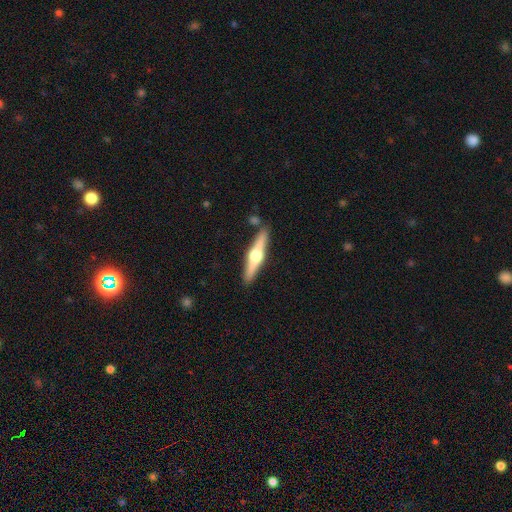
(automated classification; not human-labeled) Overall: featured or disk (71%). Edge-on disk: yes (97%). Edge-on bulge: rounded (95%). Merging: none (85%).